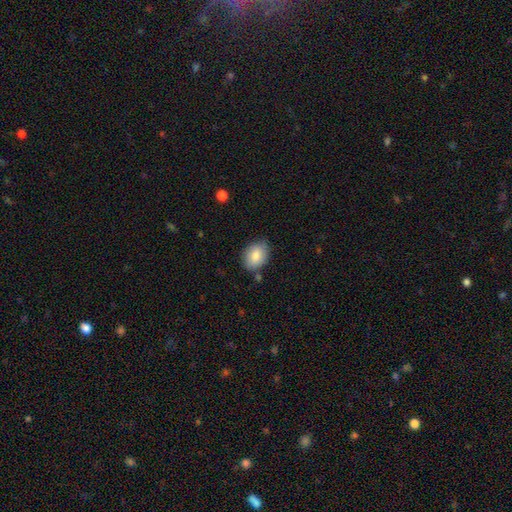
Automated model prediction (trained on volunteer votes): Q: Smooth or featured?
A: smooth (83%); runner-up: featured or disk (10%)
Q: How rounded?
A: in between (72%); runner-up: round (27%)
Q: Merging?
A: none (73%); runner-up: minor disturbance (19%)